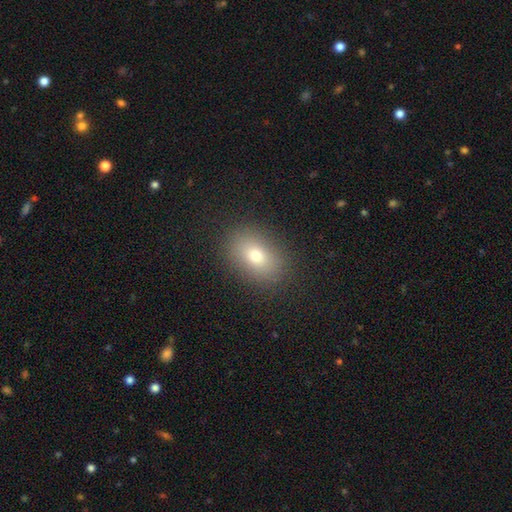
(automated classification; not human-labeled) Overall: smooth (76%). How rounded: in between (75%). Merging: none (87%).